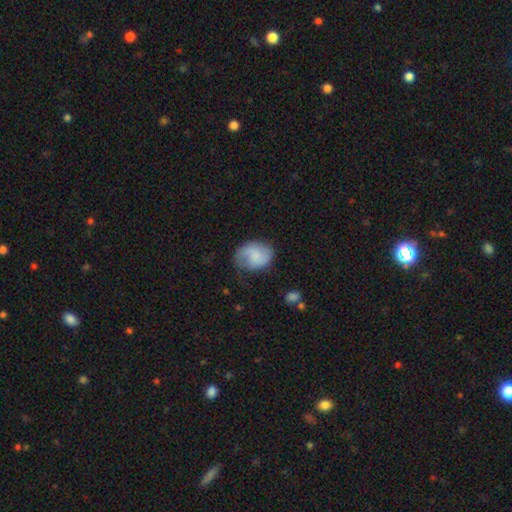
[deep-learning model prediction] smooth 60%, featured or disk 32%, star or artifact 8%. Down the decision tree: how rounded — in between (57%); merging — none (52%).